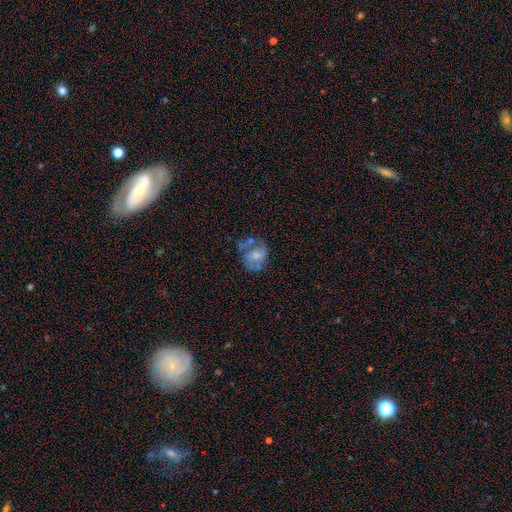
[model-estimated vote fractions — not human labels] A featured or disk galaxy (51%).

Vote fractions:
- Smooth or featured? featured or disk: 51% / smooth: 40% / star or artifact: 9%
- Edge-on disk? no: 97% / yes: 3%
- Merging? none: 37% / minor disturbance: 24% / major disturbance: 21% / merger: 17%